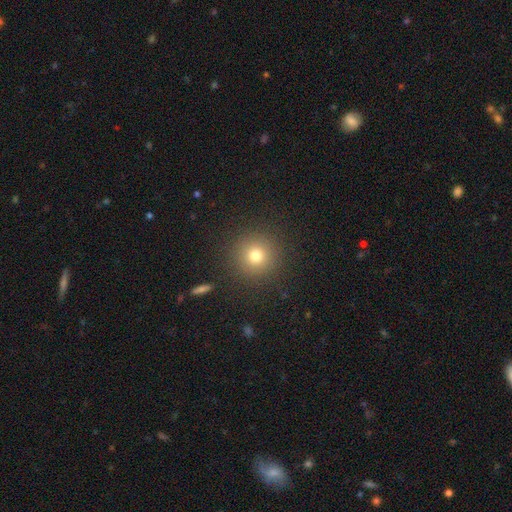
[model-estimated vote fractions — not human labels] The model was most divided on "smooth or featured": smooth: 76%, star or artifact: 15%, featured or disk: 9%. More confident: how rounded — round (95%); merging — none (90%).